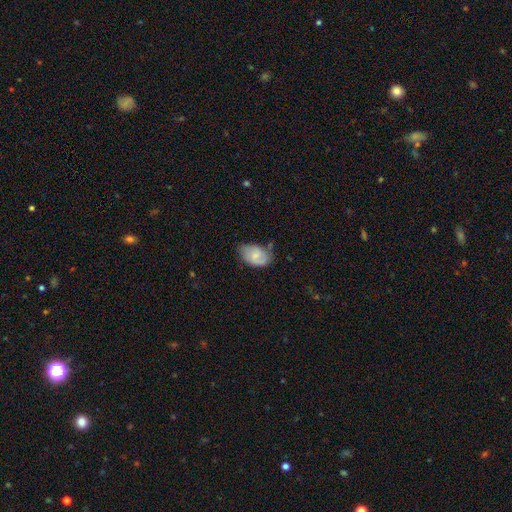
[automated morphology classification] smooth_or_featured: smooth (p=0.72) [alt: featured or disk p=0.21]
how_rounded: in between (p=0.89) [alt: round p=0.10]
merging: none (p=0.51) [alt: minor disturbance p=0.36]